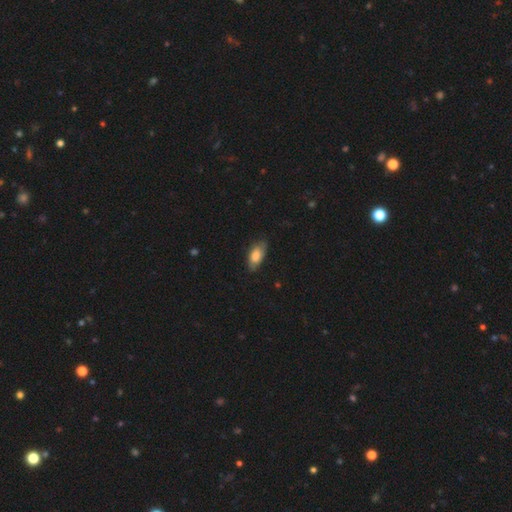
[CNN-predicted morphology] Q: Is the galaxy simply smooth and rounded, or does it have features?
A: smooth — 77%.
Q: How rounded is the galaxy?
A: in between — 89%.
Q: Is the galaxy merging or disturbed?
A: none — 73%.